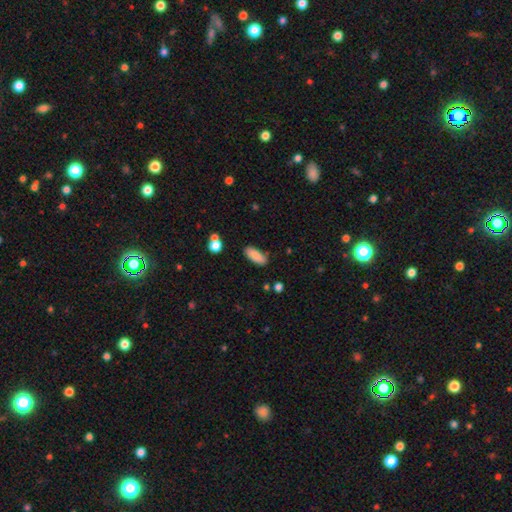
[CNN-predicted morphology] A smooth galaxy with no disk features (86%) that is in between round and cigar-shaped (81%). Merging: none (83%).